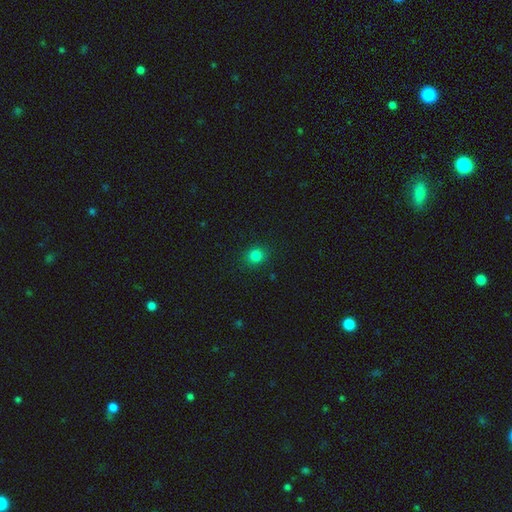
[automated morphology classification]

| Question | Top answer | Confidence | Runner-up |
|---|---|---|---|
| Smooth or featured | smooth | 82% | star or artifact (14%) |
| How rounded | round | 80% | in between (19%) |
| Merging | none | 89% | minor disturbance (7%) |